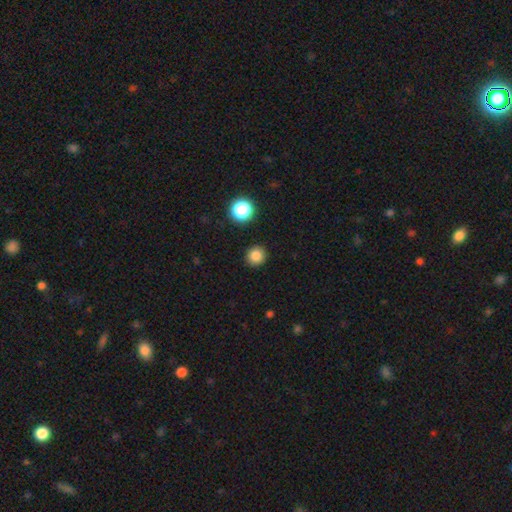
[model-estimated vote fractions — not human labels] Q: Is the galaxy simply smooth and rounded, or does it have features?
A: smooth — 84%.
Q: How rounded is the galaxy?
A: round — 92%.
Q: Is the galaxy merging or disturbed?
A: none — 91%.